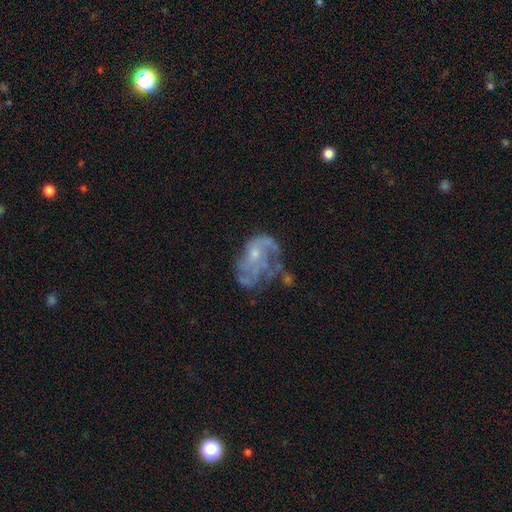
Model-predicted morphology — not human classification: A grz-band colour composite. It shows a featured or disk galaxy (74%) with no bar (79%), spiral arms (69%) and a small central bulge (58%). Merging: none (37%).